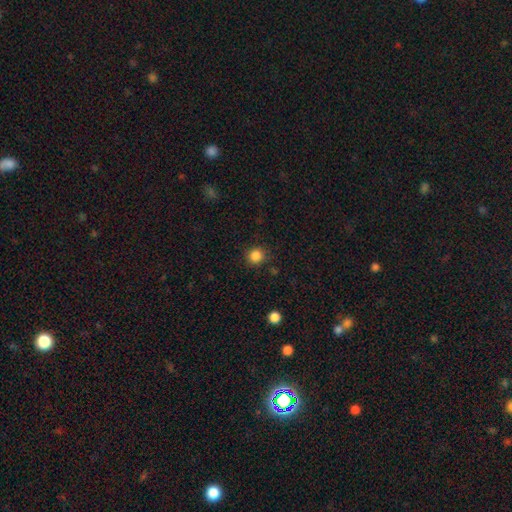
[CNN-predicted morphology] Smooth or featured?
  - smooth: 85% *
  - star or artifact: 12%
  - featured or disk: 3%
How rounded?
  - round: 91% *
  - in between: 8%
  - cigar-shaped: 1%
Merging?
  - none: 87% *
  - minor disturbance: 9%
  - major disturbance: 3%
  - merger: 2%